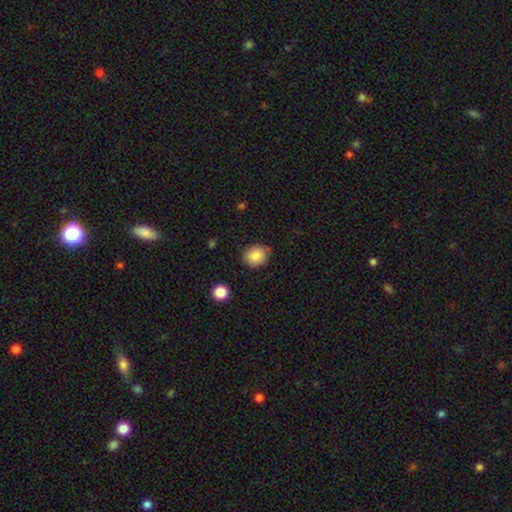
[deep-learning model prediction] Smooth or featured? Predicted: smooth (p=0.84). How rounded? Predicted: round (p=0.65). Merging? Predicted: none (p=0.81).